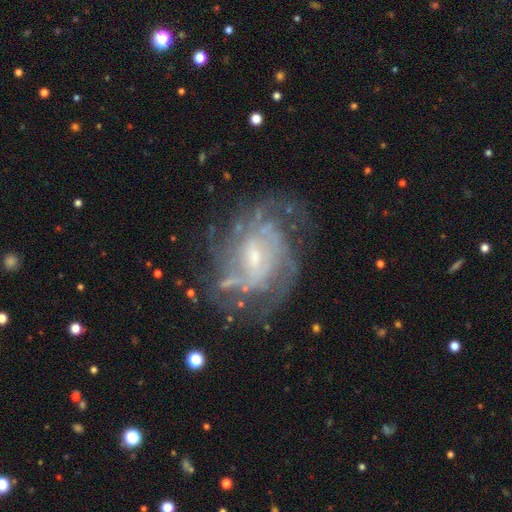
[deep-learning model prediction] This is clearly a featured or disk galaxy (84%). It is clearly not viewed edge-on (97%). Bar: possibly weak (46%). Spiral arm pattern: clearly yes (88%). Spiral arm count: marginally can't tell (44%). Spiral winding: possibly tight (51%). Central bulge: possibly small (56%). Merging: likely none (64%).